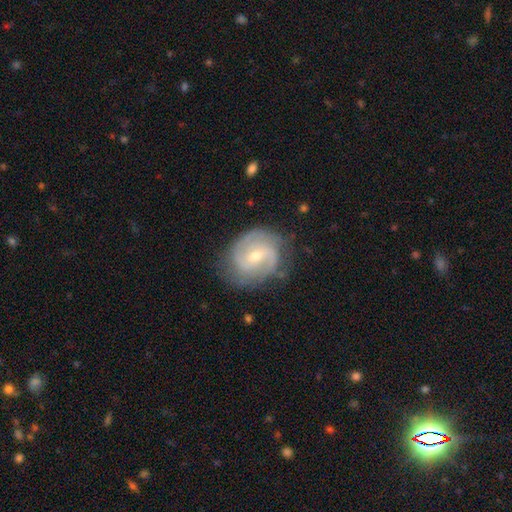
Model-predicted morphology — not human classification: Smooth or featured: featured or disk — 82% (smooth — 12%)
Edge-on disk: no — 97% (yes — 3%)
Bar: weak — 54% (no — 28%)
Spiral arms: yes — 94% (no — 6%)
Spiral winding: medium — 44% (tight — 40%)
Spiral arm count: 2 — 62% (can't tell — 17%)
Bulge size: small — 50% (moderate — 47%)
Merging: none — 73% (minor disturbance — 19%)